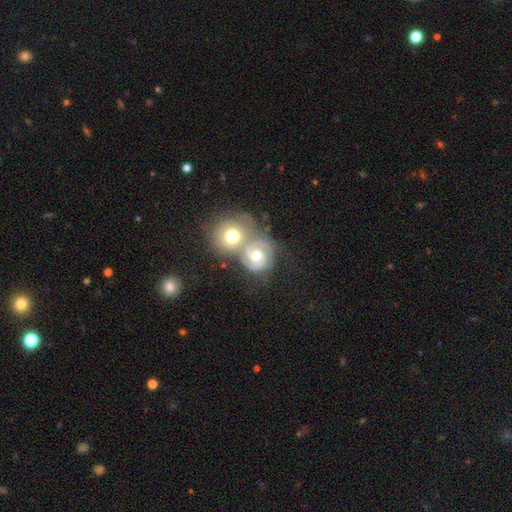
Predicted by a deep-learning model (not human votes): smooth-or-featured: featured or disk: 87% | smooth: 8% | star or artifact: 5%
  disk-edge-on: no: 98% | yes: 2%
    bar: no: 53% | weak: 35% | strong: 12%
    has-spiral-arms: yes: 98% | no: 2%
      spiral-winding: tight: 62% | medium: 34% | loose: 5%
      spiral-arm-count: 2: 87% | 3: 5% | can't tell: 4% | 1: 2% | 4: 1% | more than 4: 1%
    bulge-size: moderate: 74% | small: 14% | large: 9% | none: 2% | dominant: 1%
  merging: merger: 46% | none: 38% | minor disturbance: 10% | major disturbance: 5%